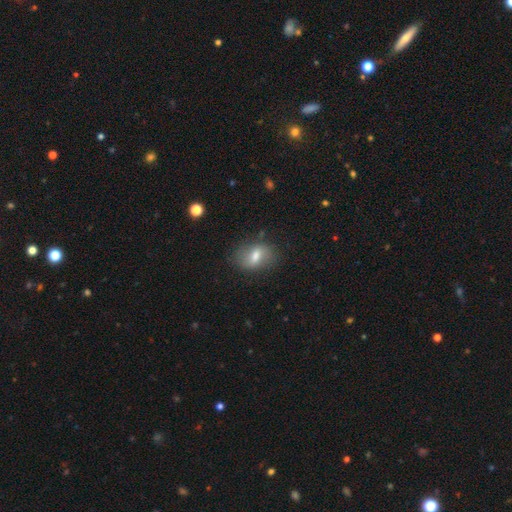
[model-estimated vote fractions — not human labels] Morphology: type=smooth (65%); roundness=in between (78%); merging=none (73%).